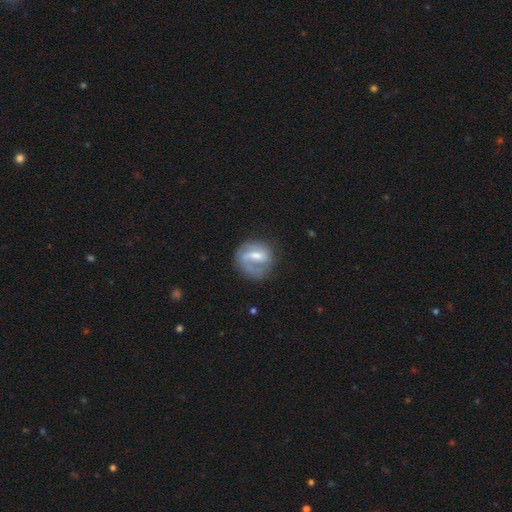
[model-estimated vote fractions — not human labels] A featured or disk galaxy (60%) with a weak bar (50%), spiral arms (77%) and a moderate central bulge (44%).

Vote fractions:
- Smooth or featured? featured or disk: 60% / smooth: 33% / star or artifact: 7%
- Edge-on disk? no: 97% / yes: 3%
- Bar? weak: 50% / strong: 26% / no: 23%
- Spiral arms? yes: 77% / no: 23%
- Bulge size? moderate: 44% / small: 34% / none: 12% / large: 8% / dominant: 1%
- Merging? none: 54% / minor disturbance: 22% / major disturbance: 21% / merger: 3%